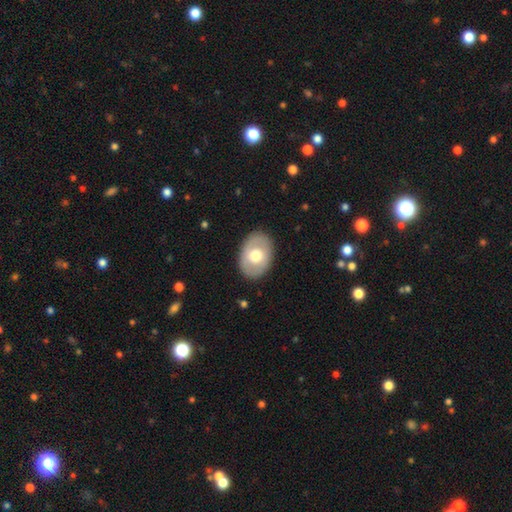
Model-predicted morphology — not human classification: smooth 58%, featured or disk 37%, star or artifact 5%. Down the decision tree: how rounded — in between (78%); merging — none (86%).